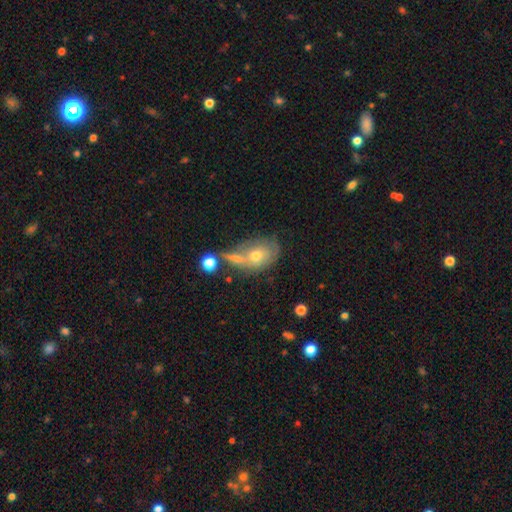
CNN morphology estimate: type=smooth (53%); roundness=in between (61%); merging=merger (42%).